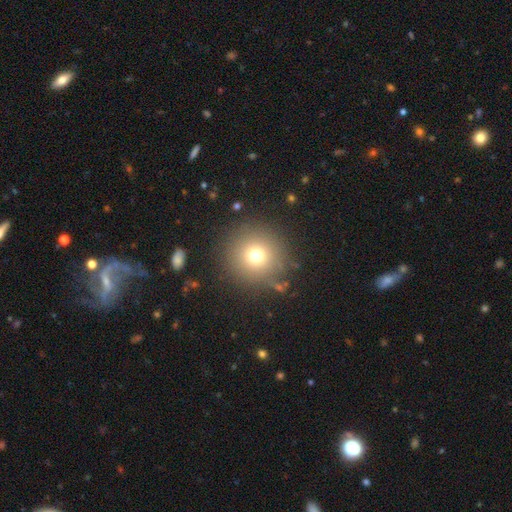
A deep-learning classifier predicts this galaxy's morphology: This appears to be a smooth galaxy with no disk features (72%) that is round (95%). Merging: none (85%).